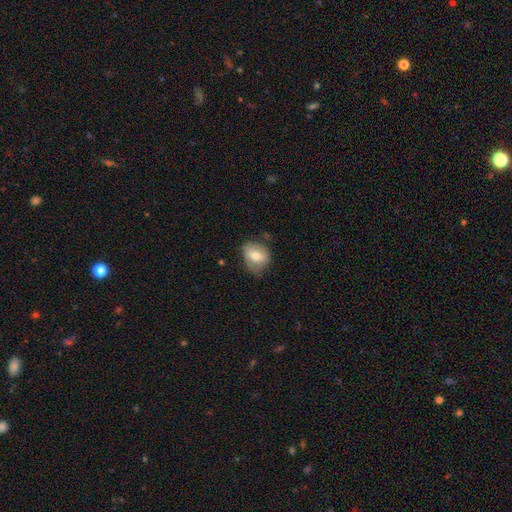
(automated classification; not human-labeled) This appears to be a smooth galaxy with no disk features (67%) that is round (53%). Merging: none (62%).